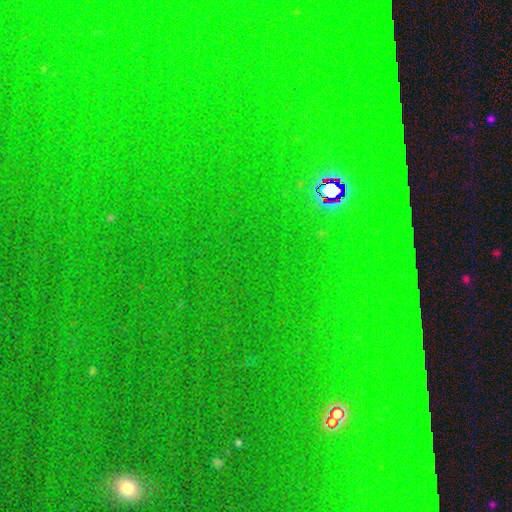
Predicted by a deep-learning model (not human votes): A star or artifact, not a galaxy (80%).

Vote fractions:
- Smooth or featured? star or artifact: 80% / smooth: 12% / featured or disk: 8%